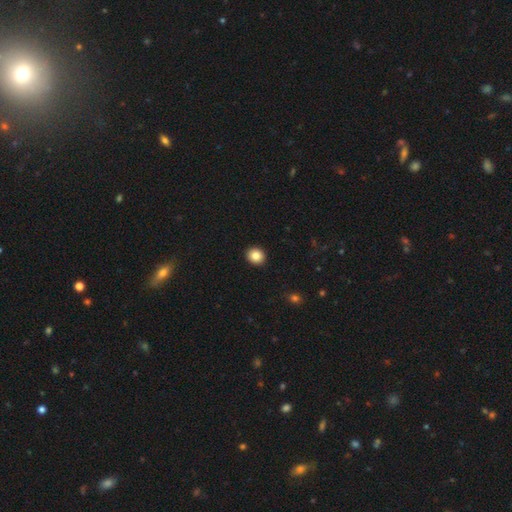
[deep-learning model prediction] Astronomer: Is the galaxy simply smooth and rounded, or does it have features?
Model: smooth — 85%.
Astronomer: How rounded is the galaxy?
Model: round — 79%.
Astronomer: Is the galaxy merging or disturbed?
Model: none — 93%.